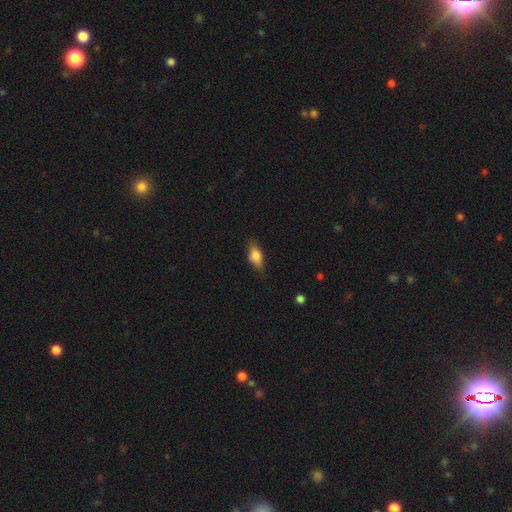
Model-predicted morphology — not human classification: Q: Smooth or featured?
A: smooth (77%); runner-up: featured or disk (15%)
Q: How rounded?
A: in between (82%); runner-up: cigar-shaped (11%)
Q: Merging?
A: none (76%); runner-up: minor disturbance (19%)